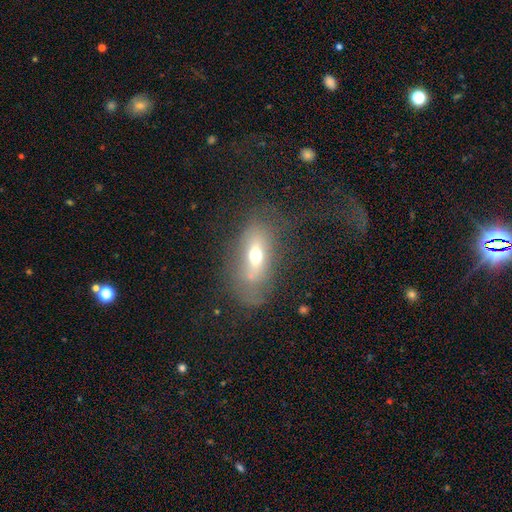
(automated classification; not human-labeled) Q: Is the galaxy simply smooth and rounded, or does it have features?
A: smooth — 50%.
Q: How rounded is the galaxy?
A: in between — 77%.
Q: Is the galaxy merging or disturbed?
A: none — 53%.